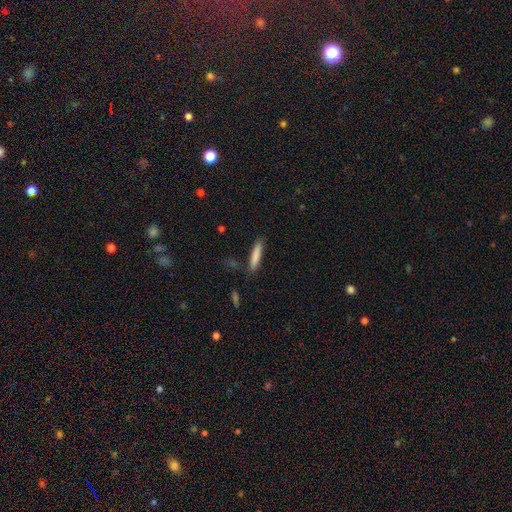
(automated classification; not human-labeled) This is clearly a smooth galaxy (83%). How rounded: clearly cigar-shaped (89%). Merging: clearly none (85%).